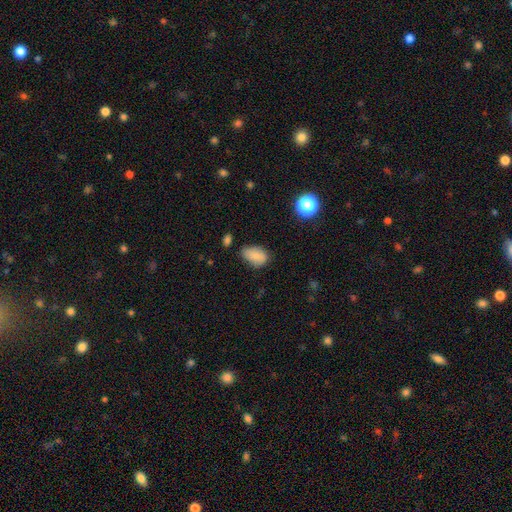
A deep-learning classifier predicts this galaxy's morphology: This is clearly a smooth galaxy (81%). How rounded: clearly in between (87%). Merging: likely none (60%).